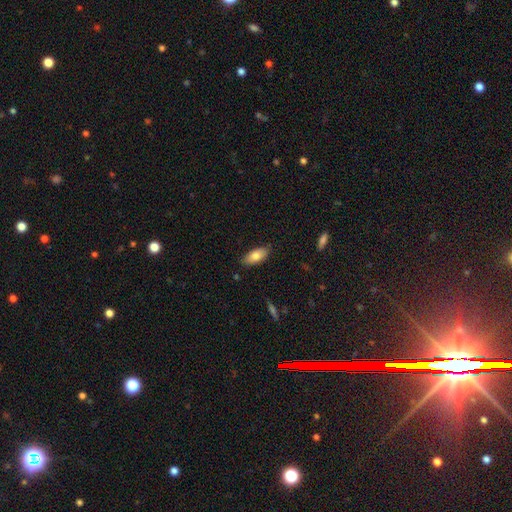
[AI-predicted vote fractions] Q: Smooth or featured?
A: smooth (80%); runner-up: featured or disk (13%)
Q: How rounded?
A: in between (88%); runner-up: cigar-shaped (10%)
Q: Merging?
A: none (83%); runner-up: minor disturbance (14%)